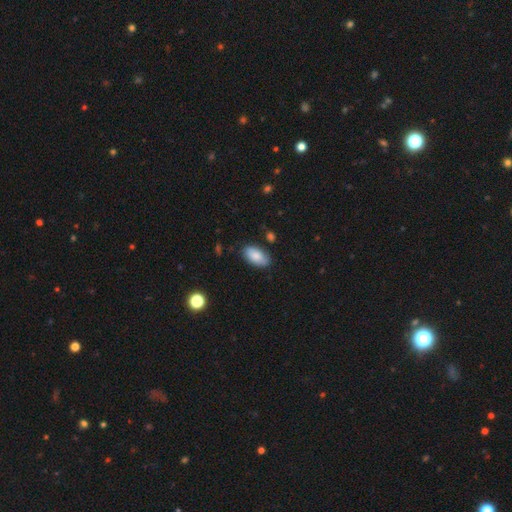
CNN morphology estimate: Smooth or featured?
  - smooth: 83% *
  - featured or disk: 11%
  - star or artifact: 7%
How rounded?
  - in between: 95% *
  - round: 3%
  - cigar-shaped: 2%
Merging?
  - none: 79% *
  - minor disturbance: 16%
  - major disturbance: 3%
  - merger: 2%